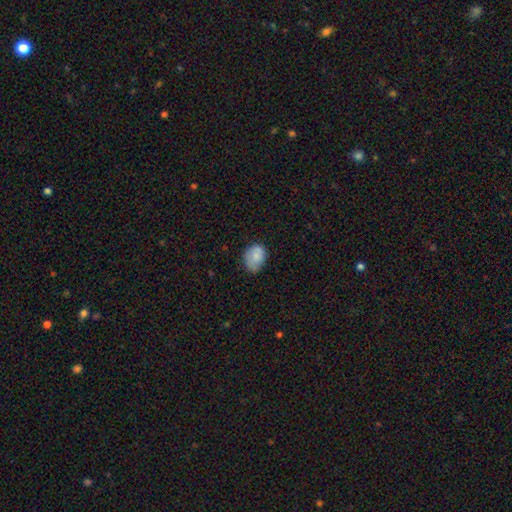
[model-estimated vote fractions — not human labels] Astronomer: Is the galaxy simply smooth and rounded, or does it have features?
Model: smooth — 83%.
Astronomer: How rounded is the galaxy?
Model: in between — 68%.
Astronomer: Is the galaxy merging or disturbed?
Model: none — 57% (runner-up: minor disturbance, 33%).